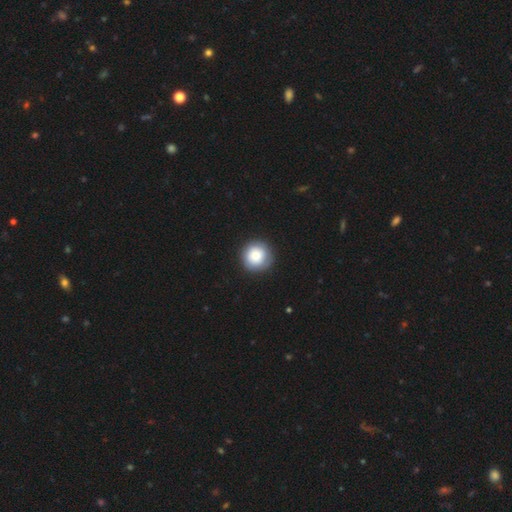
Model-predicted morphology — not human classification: smooth-or-featured: smooth: 82% | featured or disk: 10% | star or artifact: 8%
  how-rounded: round: 95% | in between: 4% | cigar-shaped: 1%
  merging: none: 88% | minor disturbance: 9% | major disturbance: 2% | merger: 1%